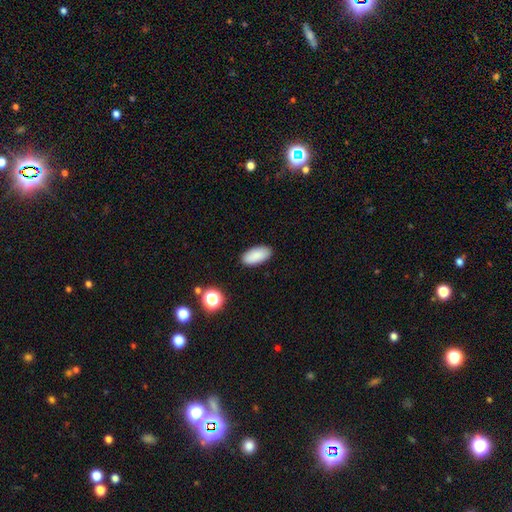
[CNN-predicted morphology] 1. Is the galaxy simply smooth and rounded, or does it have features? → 88% smooth, 8% star or artifact, 4% featured or disk.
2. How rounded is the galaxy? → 92% in between, 6% cigar-shaped, 2% round.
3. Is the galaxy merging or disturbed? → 88% none, 8% minor disturbance, 2% major disturbance, 1% merger.